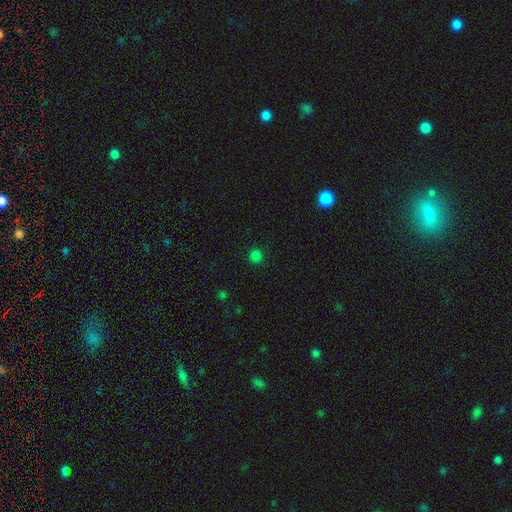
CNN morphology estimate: Smooth or featured?
  - smooth: 79% *
  - star or artifact: 18%
  - featured or disk: 3%
How rounded?
  - round: 92% *
  - in between: 7%
  - cigar-shaped: 1%
Merging?
  - none: 91% *
  - minor disturbance: 6%
  - major disturbance: 2%
  - merger: 1%